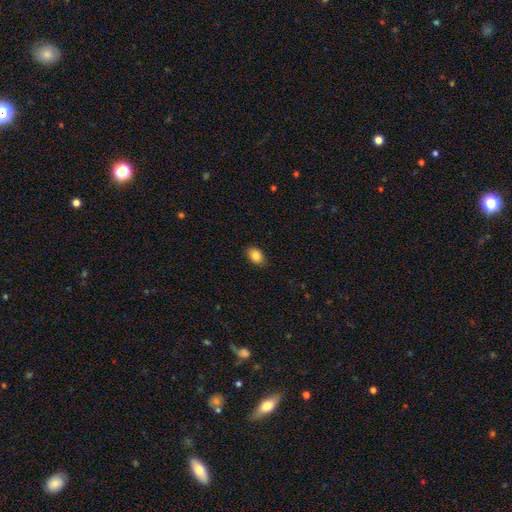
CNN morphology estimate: smooth-or-featured: smooth: 86% | star or artifact: 8% | featured or disk: 5%
  how-rounded: in between: 79% | round: 20% | cigar-shaped: 1%
  merging: none: 86% | minor disturbance: 10% | major disturbance: 2% | merger: 1%